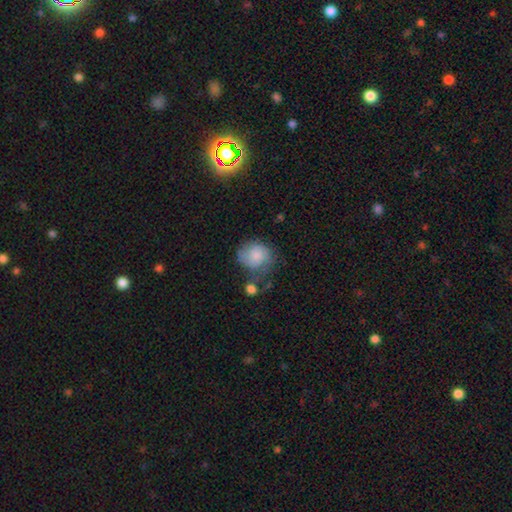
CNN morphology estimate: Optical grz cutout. It shows a smooth galaxy with no disk features (66%) that is round (70%). Merging: none (43%).